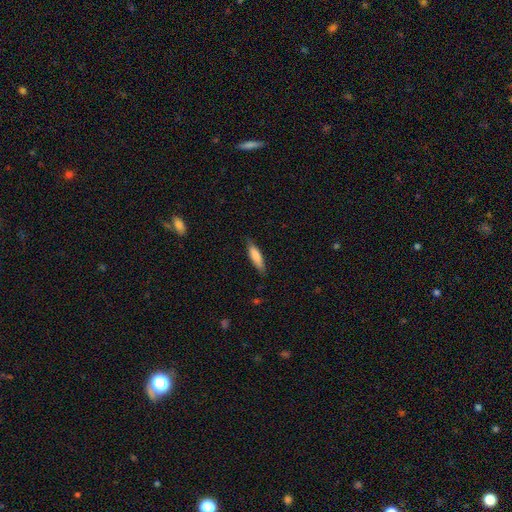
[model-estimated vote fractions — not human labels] Q: Smooth or featured?
A: smooth (81%); runner-up: featured or disk (13%)
Q: How rounded?
A: cigar-shaped (62%); runner-up: in between (37%)
Q: Merging?
A: none (78%); runner-up: minor disturbance (18%)